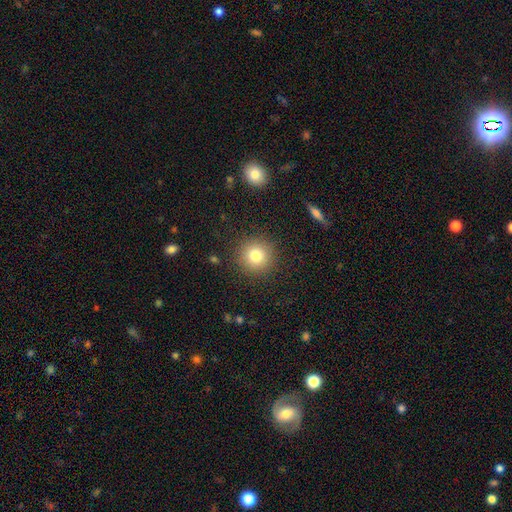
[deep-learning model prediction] This appears to be a smooth galaxy with no disk features (79%) that is round (95%). Merging: none (90%).